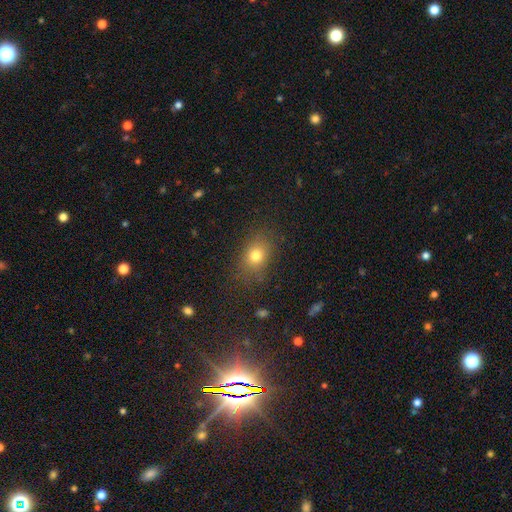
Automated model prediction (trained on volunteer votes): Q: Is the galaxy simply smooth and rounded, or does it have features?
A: smooth — 76%.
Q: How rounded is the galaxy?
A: in between — 54%.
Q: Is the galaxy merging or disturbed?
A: none — 78%.